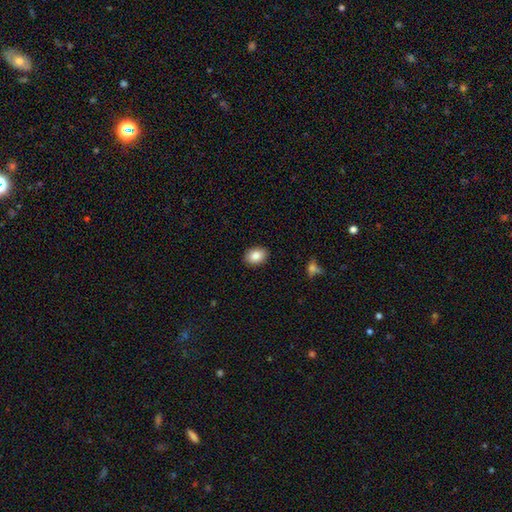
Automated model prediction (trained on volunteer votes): smooth-or-featured: smooth: 86% | star or artifact: 8% | featured or disk: 6%
  how-rounded: in between: 76% | round: 23% | cigar-shaped: 1%
  merging: none: 89% | minor disturbance: 8% | major disturbance: 2% | merger: 1%